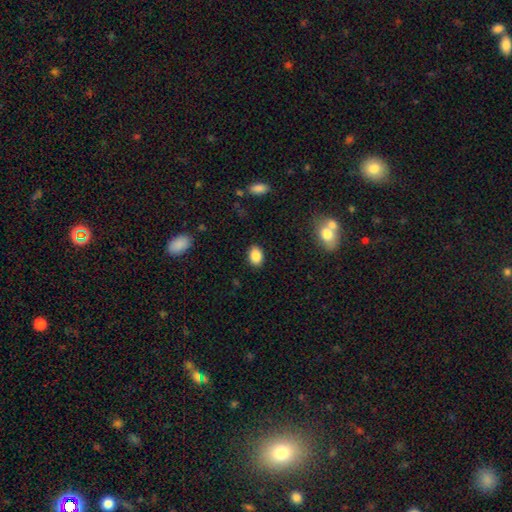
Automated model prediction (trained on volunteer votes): Smooth or featured? smooth (86%)
How rounded? in between (78%)
Merging? none (88%)